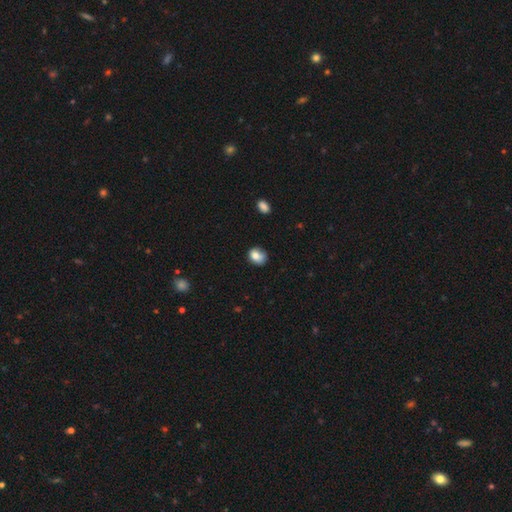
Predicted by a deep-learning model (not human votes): Smooth or featured: smooth — 80% (featured or disk — 11%)
How rounded: round — 54% (in between — 45%)
Merging: none — 58% (minor disturbance — 30%)